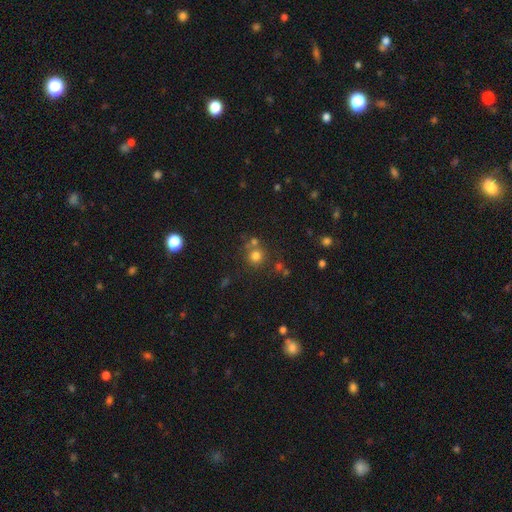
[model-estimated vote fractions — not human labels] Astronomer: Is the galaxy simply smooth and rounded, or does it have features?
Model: smooth — 74%.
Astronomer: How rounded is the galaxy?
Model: round — 90%.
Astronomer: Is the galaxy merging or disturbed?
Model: none — 65%.